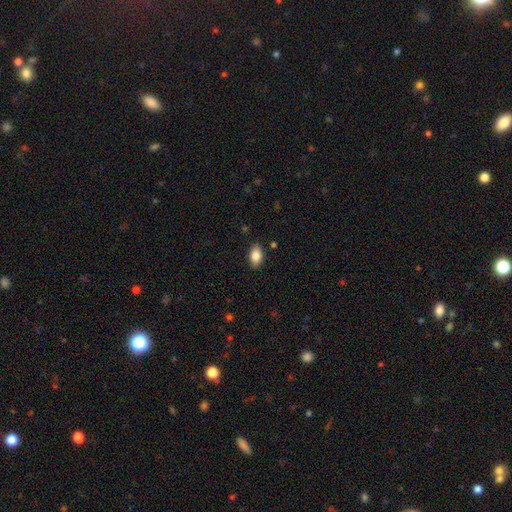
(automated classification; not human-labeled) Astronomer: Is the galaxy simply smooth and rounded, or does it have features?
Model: smooth — 84%.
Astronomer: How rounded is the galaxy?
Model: in between — 91%.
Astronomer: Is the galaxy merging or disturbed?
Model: none — 87%.